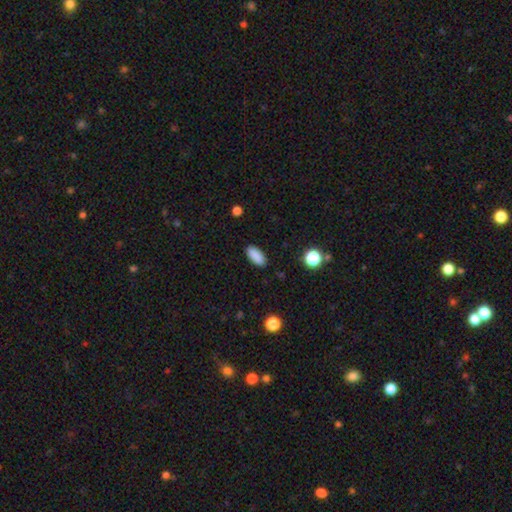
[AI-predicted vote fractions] This is clearly a smooth galaxy (88%). How rounded: clearly in between (86%). Merging: clearly none (89%).